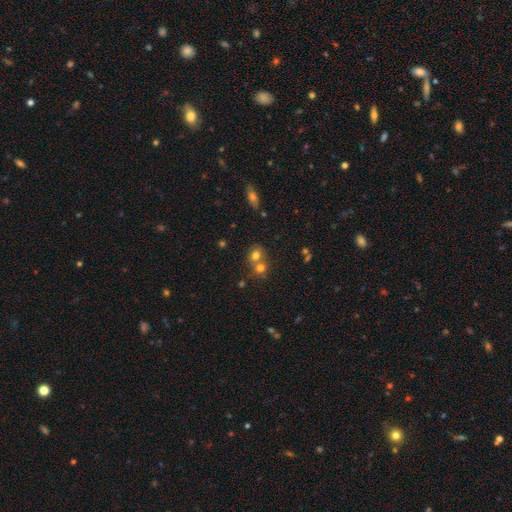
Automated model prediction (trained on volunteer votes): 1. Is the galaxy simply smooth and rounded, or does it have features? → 71% smooth, 15% star or artifact, 14% featured or disk.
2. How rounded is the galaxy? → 71% round, 28% in between, 1% cigar-shaped.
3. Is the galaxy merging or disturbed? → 53% merger, 38% none, 6% minor disturbance, 3% major disturbance.